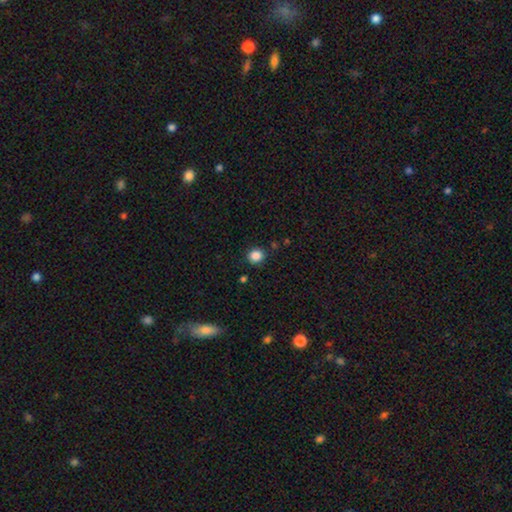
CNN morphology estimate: smooth_or_featured: smooth (p=0.85) [alt: star or artifact p=0.11]
how_rounded: round (p=0.86) [alt: in between p=0.13]
merging: none (p=0.88) [alt: minor disturbance p=0.08]